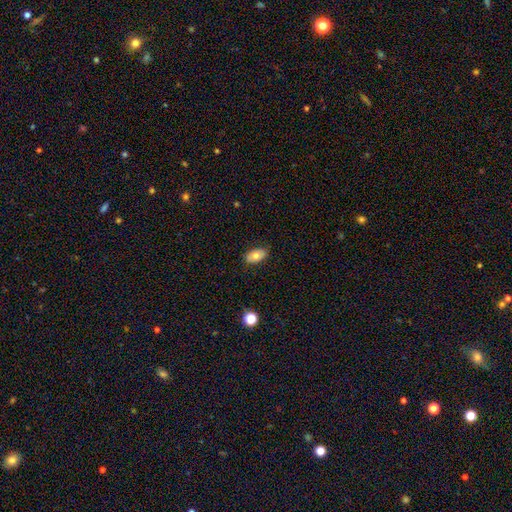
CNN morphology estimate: A smooth galaxy with no disk features (75%) that is in between round and cigar-shaped (92%). Merging: none (84%).